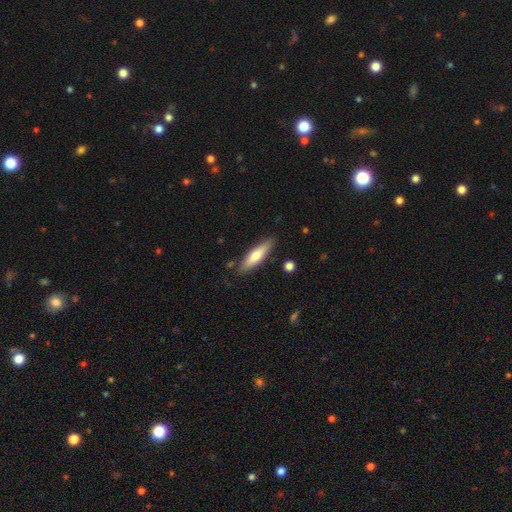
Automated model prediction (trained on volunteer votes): Smooth or featured: smooth — 71% (featured or disk — 24%)
How rounded: cigar-shaped — 69% (in between — 29%)
Merging: none — 84% (minor disturbance — 11%)